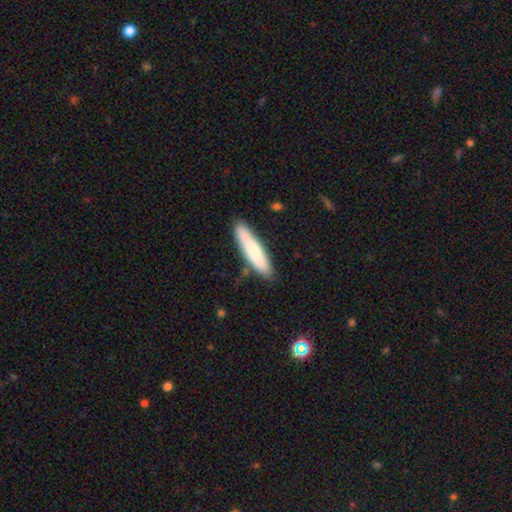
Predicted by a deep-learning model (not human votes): Smooth or featured: smooth — 74% (featured or disk — 20%)
How rounded: cigar-shaped — 82% (in between — 17%)
Merging: none — 82% (minor disturbance — 13%)